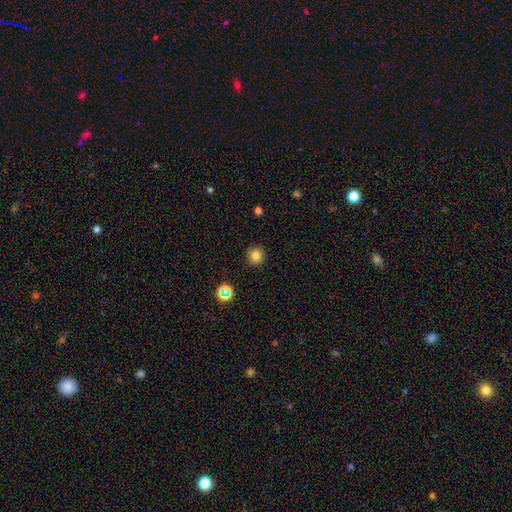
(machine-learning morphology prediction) smooth 80%, star or artifact 14%, featured or disk 6%. Down the decision tree: how rounded — round (93%); merging — none (90%).